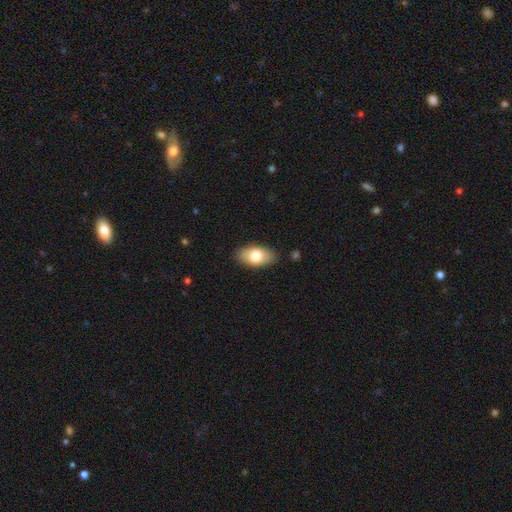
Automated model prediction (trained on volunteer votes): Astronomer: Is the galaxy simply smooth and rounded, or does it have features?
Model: smooth — 76%.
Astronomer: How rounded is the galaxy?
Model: in between — 93%.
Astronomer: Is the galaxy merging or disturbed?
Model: none — 85%.